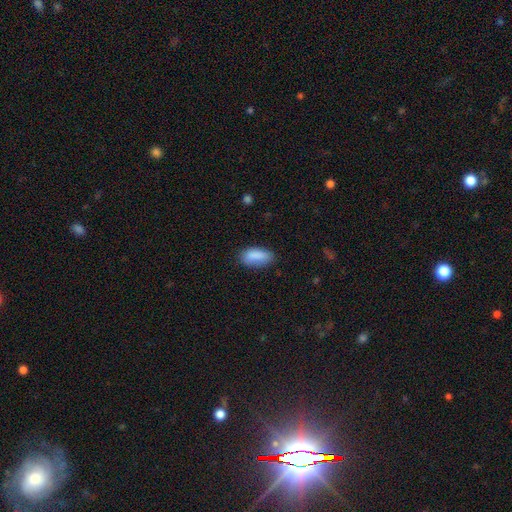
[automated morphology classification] This is clearly a smooth galaxy (87%). How rounded: clearly in between (88%). Merging: likely none (73%).